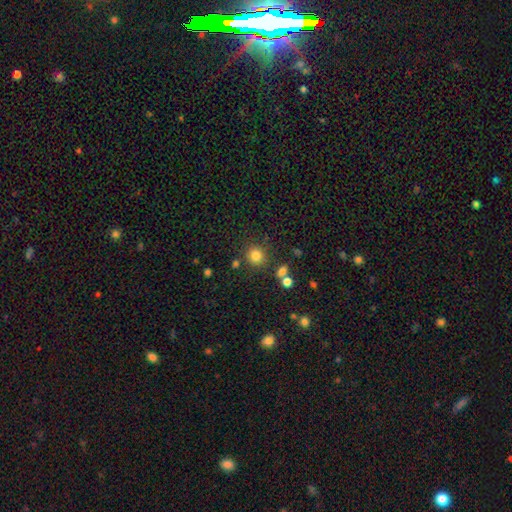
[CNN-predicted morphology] type=smooth (81%); roundness=round (90%); merging=none (81%).